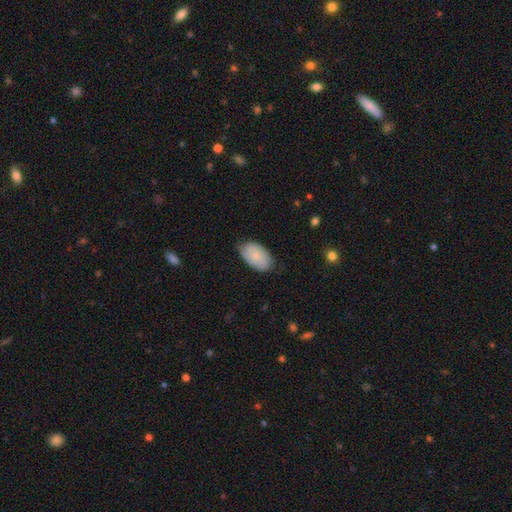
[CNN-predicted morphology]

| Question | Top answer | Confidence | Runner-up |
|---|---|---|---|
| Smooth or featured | smooth | 82% | featured or disk (12%) |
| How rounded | in between | 94% | round (5%) |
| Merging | none | 76% | minor disturbance (20%) |